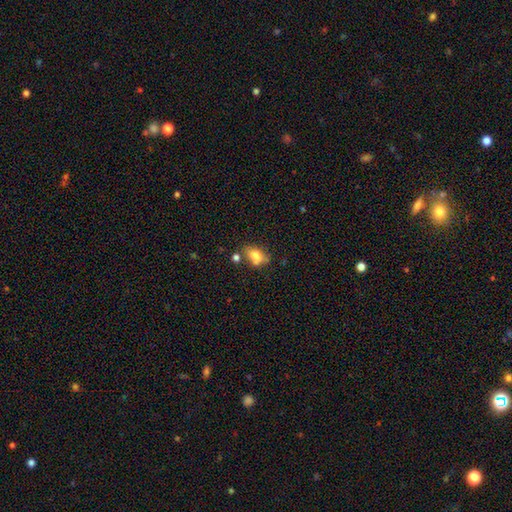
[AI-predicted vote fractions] Q: Smooth or featured?
A: smooth (70%); runner-up: featured or disk (19%)
Q: How rounded?
A: in between (78%); runner-up: round (17%)
Q: Merging?
A: none (52%); runner-up: minor disturbance (21%)